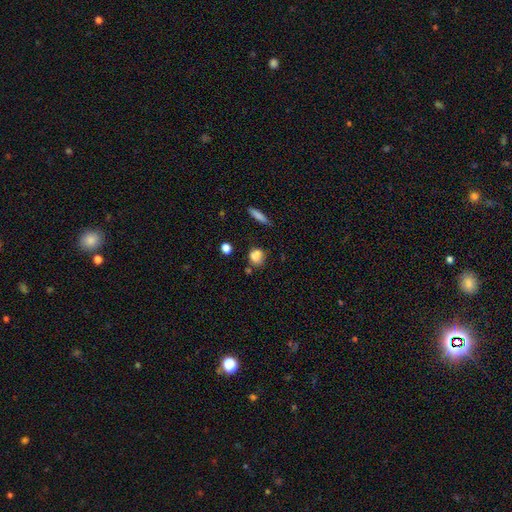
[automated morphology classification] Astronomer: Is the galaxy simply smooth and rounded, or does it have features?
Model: smooth — 76%.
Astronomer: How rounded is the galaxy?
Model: round — 69%.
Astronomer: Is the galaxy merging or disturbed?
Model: none — 56%.